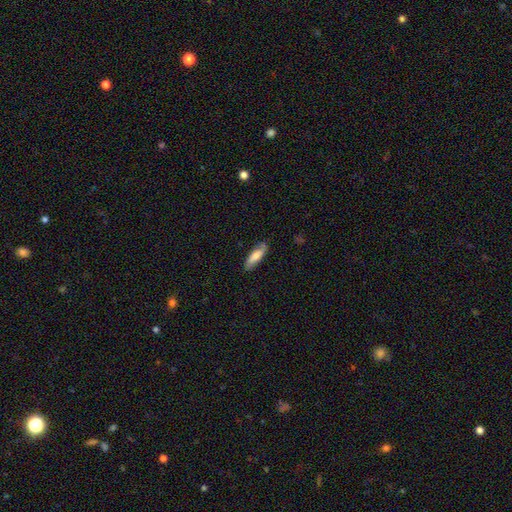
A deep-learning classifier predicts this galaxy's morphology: Smooth or featured? smooth (70%)
How rounded? cigar-shaped (54%)
Merging? none (81%)